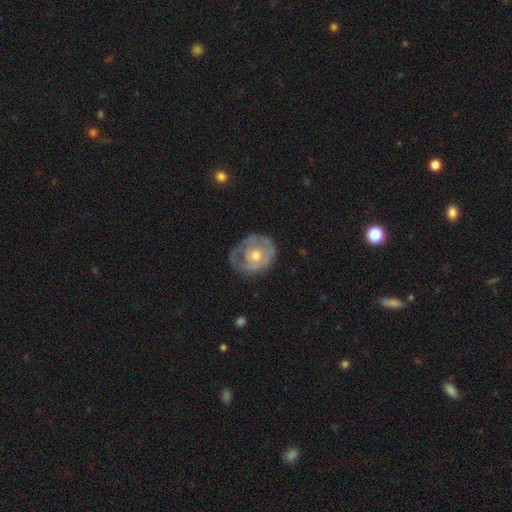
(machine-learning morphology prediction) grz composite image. It shows a featured or disk galaxy (64%) with no bar (83%), spiral arms (54%) and a moderate central bulge (63%). Merging: none (59%).